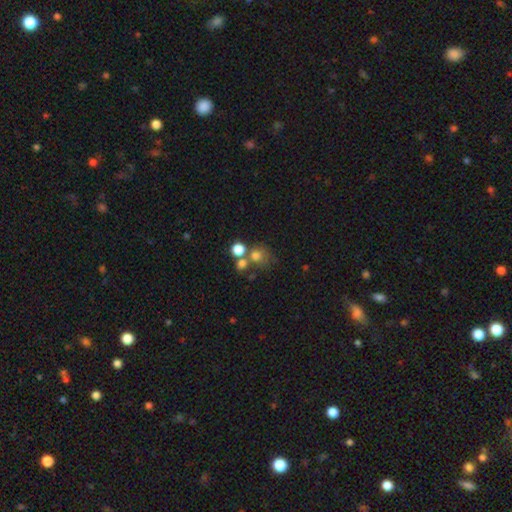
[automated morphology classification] Q: Smooth or featured?
A: smooth (71%); runner-up: star or artifact (16%)
Q: How rounded?
A: round (83%); runner-up: in between (16%)
Q: Merging?
A: none (48%); runner-up: merger (36%)